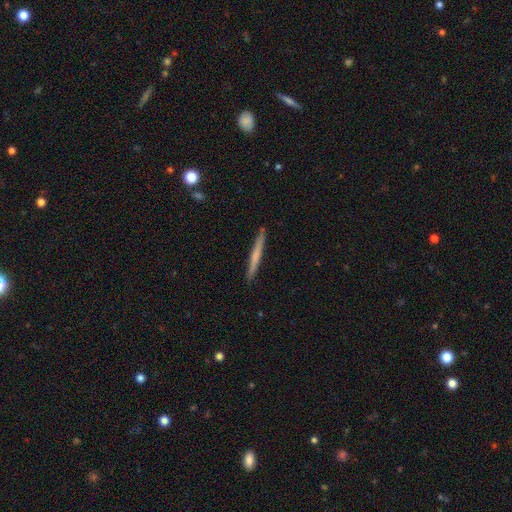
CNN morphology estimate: A smooth galaxy with no disk features (55%) that is cigar-shaped (97%). Merging: none (91%).